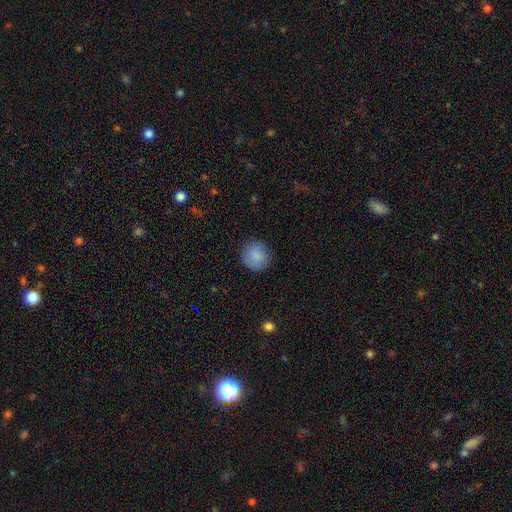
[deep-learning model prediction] Smooth or featured: smooth — 86% (star or artifact — 8%)
How rounded: round — 89% (in between — 11%)
Merging: none — 86% (minor disturbance — 10%)